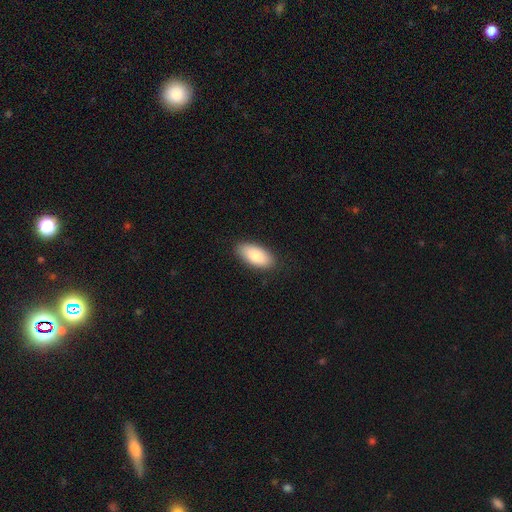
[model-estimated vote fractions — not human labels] Smooth or featured?
  - smooth: 85% *
  - featured or disk: 9%
  - star or artifact: 6%
How rounded?
  - in between: 92% *
  - cigar-shaped: 6%
  - round: 2%
Merging?
  - none: 88% *
  - minor disturbance: 9%
  - major disturbance: 2%
  - merger: 1%